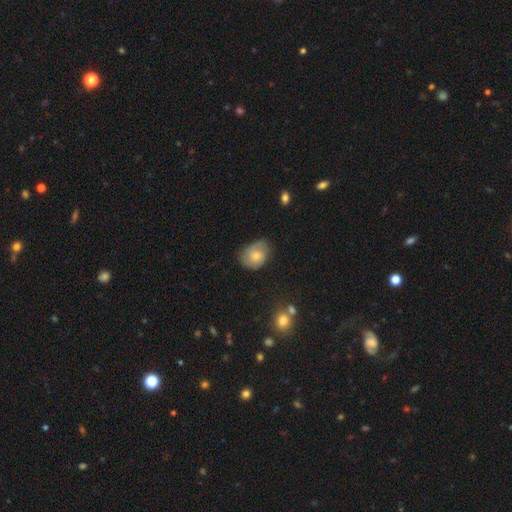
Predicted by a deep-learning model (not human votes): Q: Smooth or featured?
A: smooth (68%); runner-up: featured or disk (24%)
Q: How rounded?
A: in between (64%); runner-up: round (35%)
Q: Merging?
A: none (50%); runner-up: minor disturbance (37%)